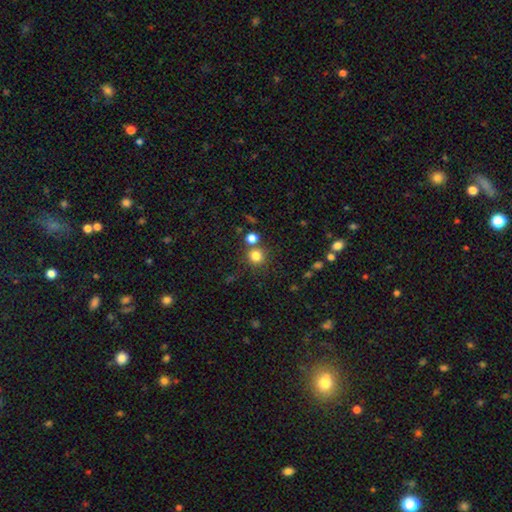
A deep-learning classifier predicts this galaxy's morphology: Smooth or featured: smooth — 81% (star or artifact — 13%)
How rounded: round — 90% (in between — 9%)
Merging: none — 70% (merger — 19%)